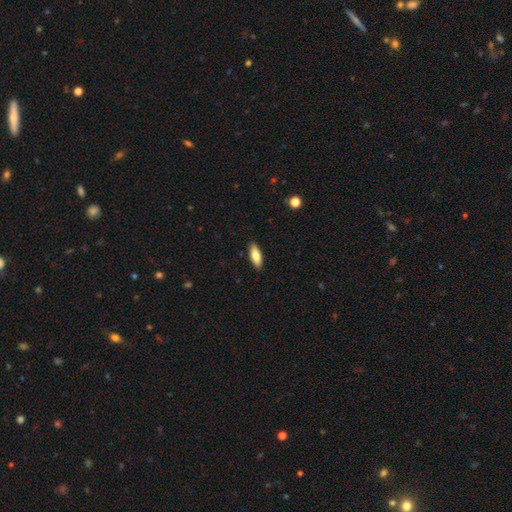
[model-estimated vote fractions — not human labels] A smooth galaxy with no disk features (80%) that is in between round and cigar-shaped (70%).

Vote fractions:
- Smooth or featured? smooth: 80% / featured or disk: 14% / star or artifact: 6%
- How rounded? in between: 70% / cigar-shaped: 28% / round: 2%
- Merging? none: 90% / minor disturbance: 7% / major disturbance: 2% / merger: 1%